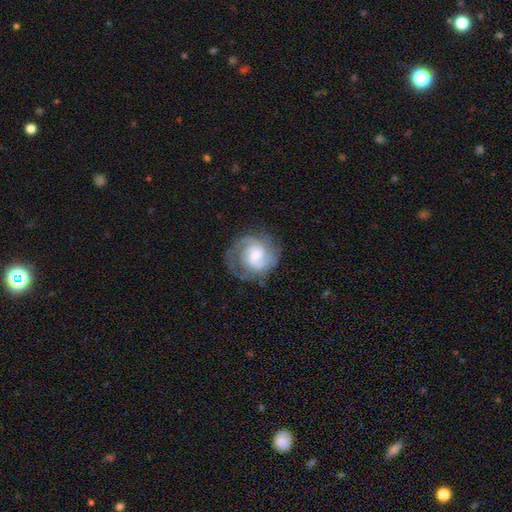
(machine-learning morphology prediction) featured or disk 76%, smooth 18%, star or artifact 6%. Down the decision tree: edge-on disk — no (98%); bar — no (51%); spiral arms — yes (93%); spiral arm count — 2 (56%); spiral winding — medium (43%); bulge size — moderate (37%); merging — none (66%).